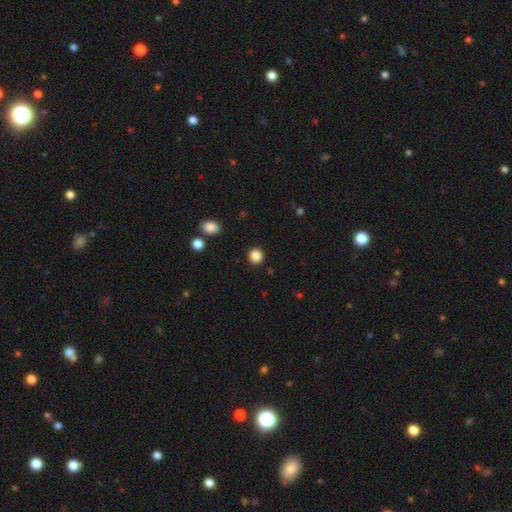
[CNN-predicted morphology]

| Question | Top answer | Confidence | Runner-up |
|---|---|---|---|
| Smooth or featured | smooth | 87% | star or artifact (10%) |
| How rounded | round | 89% | in between (10%) |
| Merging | none | 91% | minor disturbance (5%) |